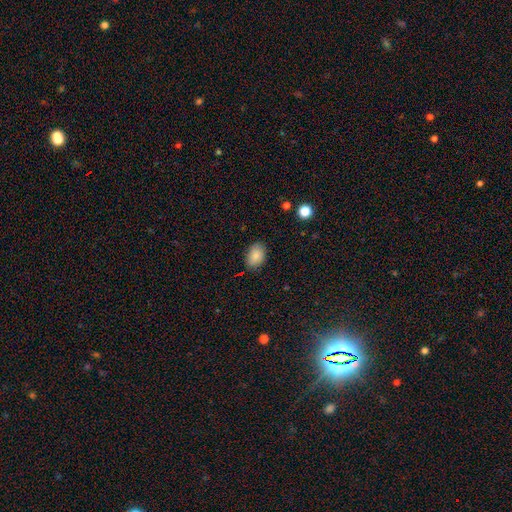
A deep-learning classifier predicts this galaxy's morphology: This is clearly a smooth galaxy (87%). How rounded: clearly in between (86%). Merging: clearly none (82%).